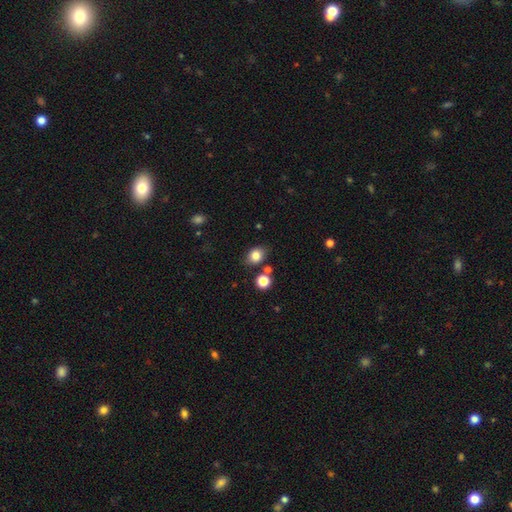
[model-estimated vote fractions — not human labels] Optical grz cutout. It shows a smooth galaxy with no disk features (81%) that is in between round and cigar-shaped (51%). Merging: none (76%).